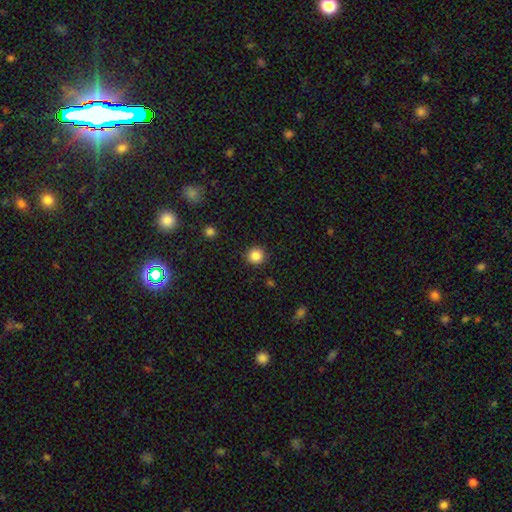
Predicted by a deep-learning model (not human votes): Smooth or featured? smooth (85%)
How rounded? round (94%)
Merging? none (91%)